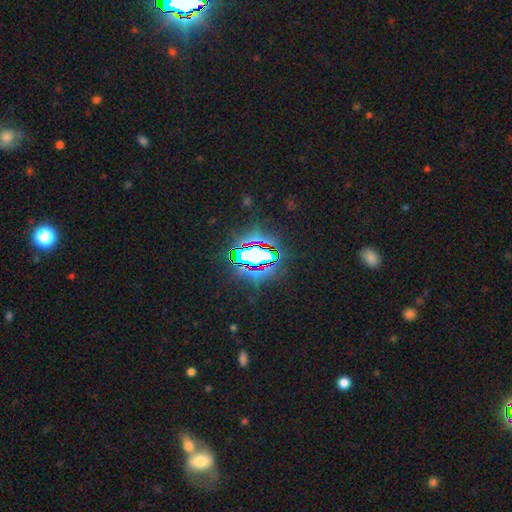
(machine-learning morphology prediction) Smooth or featured? star or artifact (71%)